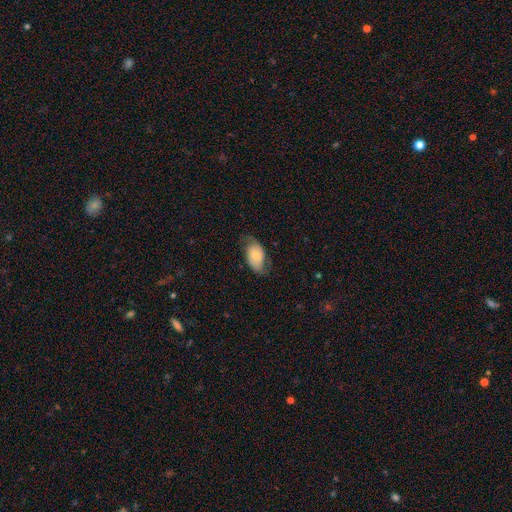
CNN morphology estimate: Q: Smooth or featured?
A: smooth (58%); runner-up: featured or disk (35%)
Q: How rounded?
A: in between (90%); runner-up: round (8%)
Q: Merging?
A: none (57%); runner-up: minor disturbance (27%)